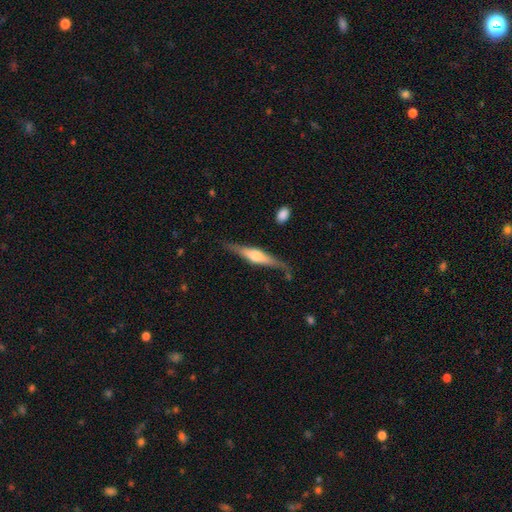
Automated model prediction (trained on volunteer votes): Smooth or featured? Predicted: featured or disk (p=0.67). Edge-on disk? Predicted: yes (p=0.96). Edge-on bulge? Predicted: rounded (p=0.83). Merging? Predicted: none (p=0.77).